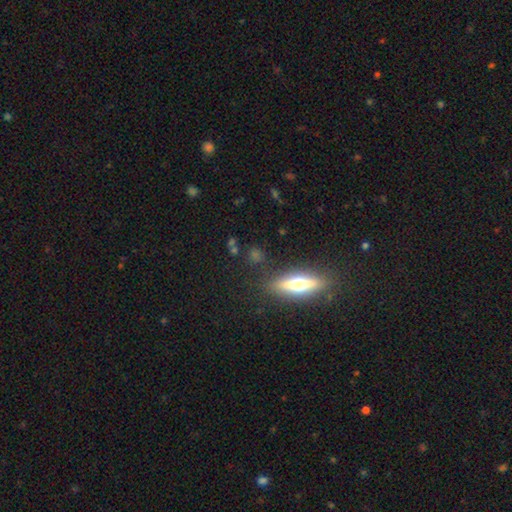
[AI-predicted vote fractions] This appears to be a smooth galaxy with no disk features (44%, tied with featured or disk). Merging: none (85%).